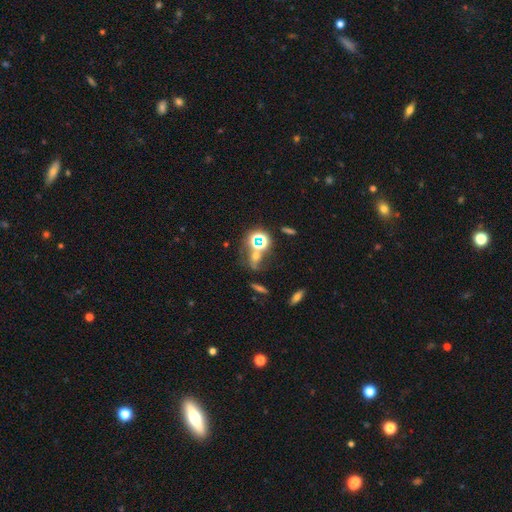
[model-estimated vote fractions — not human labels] A star or artifact, not a galaxy (45%).

Vote fractions:
- Smooth or featured? star or artifact: 45% / smooth: 37% / featured or disk: 18%